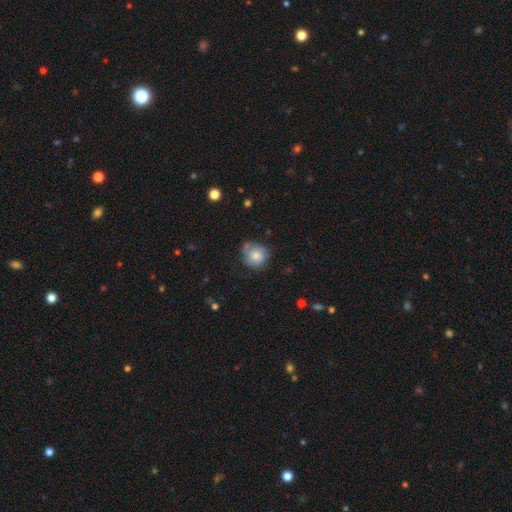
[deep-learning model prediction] Smooth or featured?
  - smooth: 63% *
  - featured or disk: 29%
  - star or artifact: 8%
How rounded?
  - round: 82% *
  - in between: 17%
  - cigar-shaped: 1%
Merging?
  - none: 59% *
  - minor disturbance: 28%
  - major disturbance: 10%
  - merger: 3%